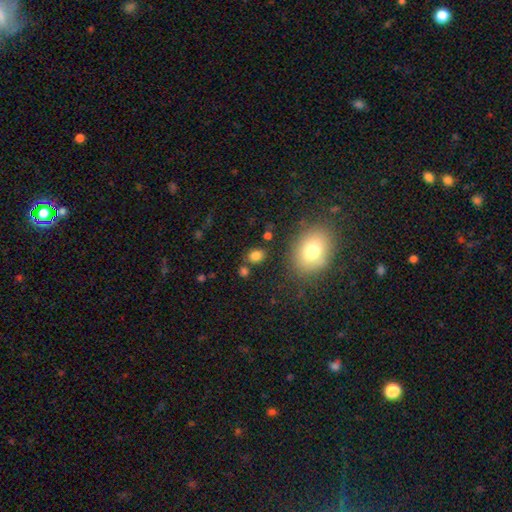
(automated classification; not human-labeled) Q: Smooth or featured?
A: smooth (81%); runner-up: star or artifact (13%)
Q: How rounded?
A: in between (54%); runner-up: round (44%)
Q: Merging?
A: none (80%); runner-up: minor disturbance (10%)